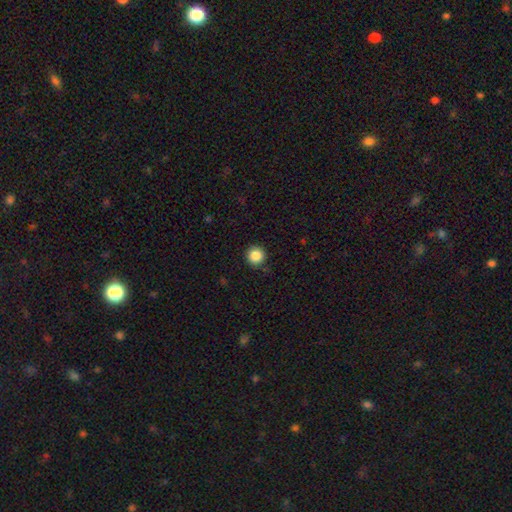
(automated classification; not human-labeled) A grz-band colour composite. It shows a smooth galaxy with no disk features (86%) that is round (96%). Merging: none (91%).